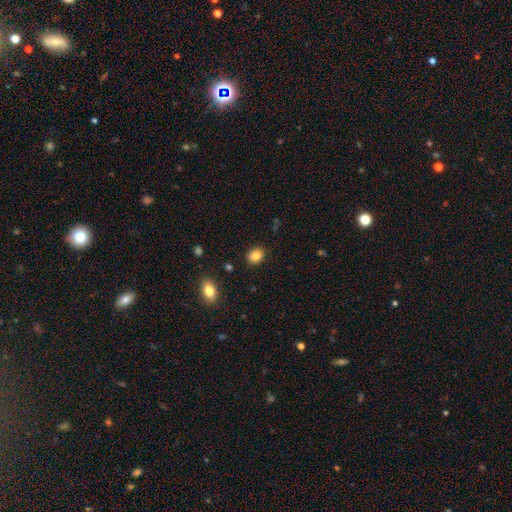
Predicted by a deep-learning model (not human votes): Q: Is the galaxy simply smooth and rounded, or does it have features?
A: smooth — 85%.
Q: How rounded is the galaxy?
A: in between — 54%.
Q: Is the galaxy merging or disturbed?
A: none — 88%.